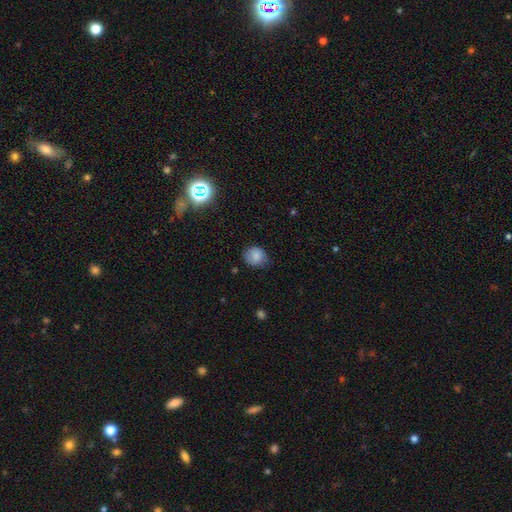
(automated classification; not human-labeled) Morphology: type=smooth (82%); roundness=round (71%); merging=none (68%).